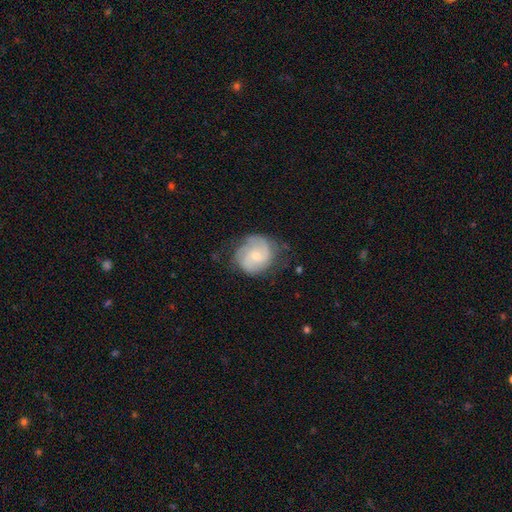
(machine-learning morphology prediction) The model was most divided on "spiral winding": medium: 43%, tight: 40%, loose: 16%. More confident: edge-on disk — no (98%); spiral arms — yes (92%); smooth or featured — featured or disk (69%); merging — none (66%); bar — no (64%); bulge size — small (60%); spiral arm count — 2 (53%).